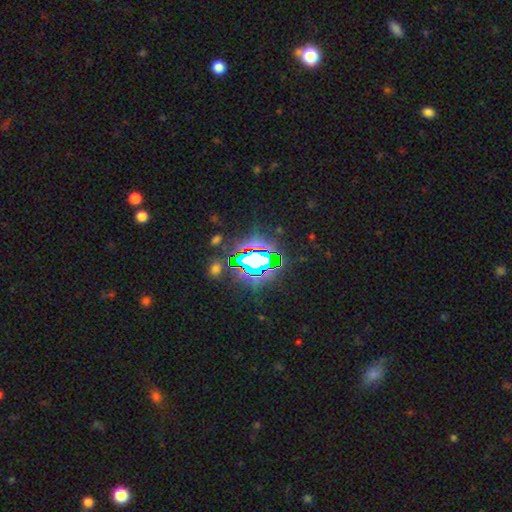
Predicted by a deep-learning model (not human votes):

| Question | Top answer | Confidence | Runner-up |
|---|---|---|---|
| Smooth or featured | star or artifact | 76% | smooth (13%) |